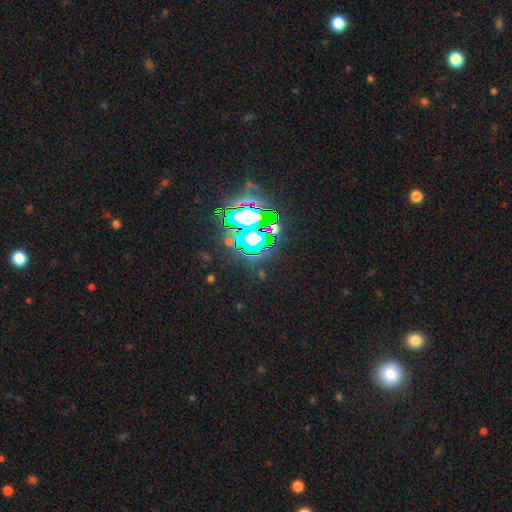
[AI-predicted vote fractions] A star or artifact, not a galaxy (83%).

Vote fractions:
- Smooth or featured? star or artifact: 83% / smooth: 10% / featured or disk: 7%